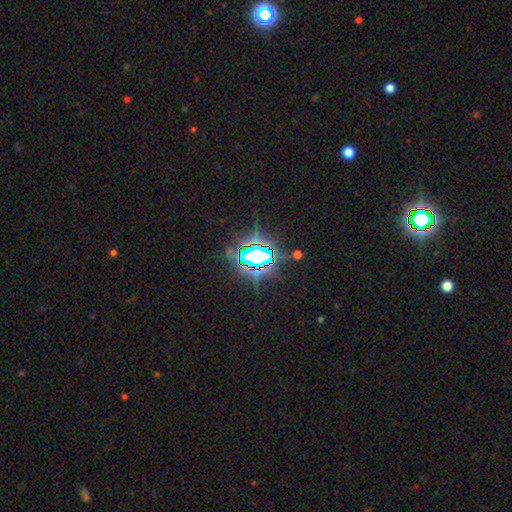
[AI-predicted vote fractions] Smooth or featured?
  - star or artifact: 77% *
  - smooth: 12%
  - featured or disk: 11%